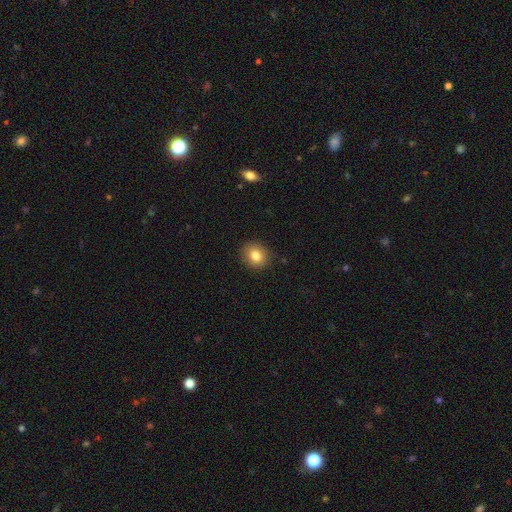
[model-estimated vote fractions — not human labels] smooth-or-featured: smooth: 82% | star or artifact: 10% | featured or disk: 7%
  how-rounded: round: 67% | in between: 32% | cigar-shaped: 1%
  merging: none: 89% | minor disturbance: 8% | major disturbance: 2% | merger: 1%